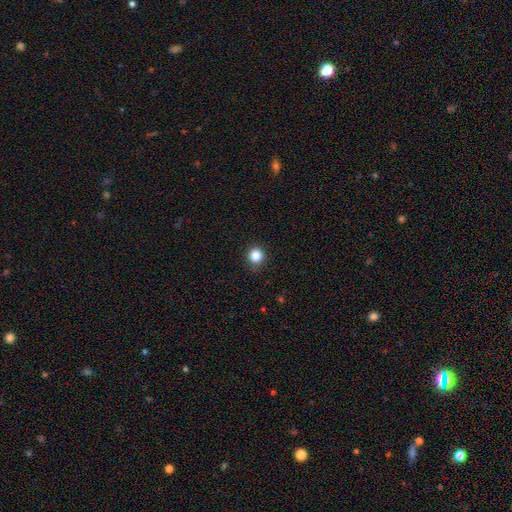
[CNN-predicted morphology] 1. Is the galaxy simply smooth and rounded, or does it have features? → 85% smooth, 11% star or artifact, 3% featured or disk.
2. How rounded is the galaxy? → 93% round, 6% in between, 1% cigar-shaped.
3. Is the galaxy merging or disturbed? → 90% none, 7% minor disturbance, 2% major disturbance, 1% merger.